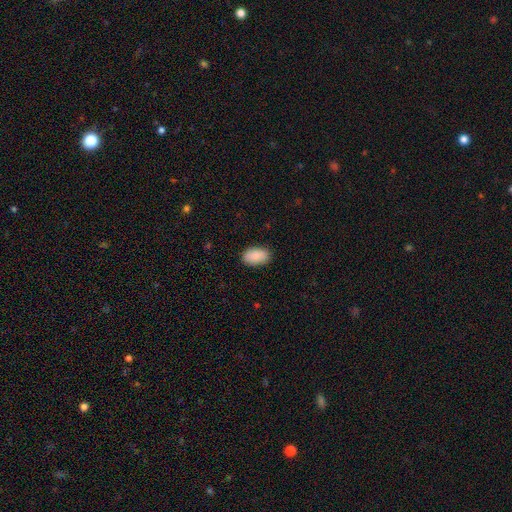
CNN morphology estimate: This appears to be a smooth galaxy with no disk features (89%) that is in between round and cigar-shaped (93%). Merging: none (87%).